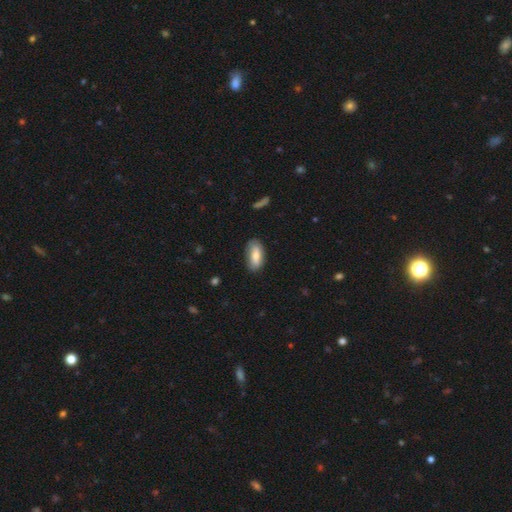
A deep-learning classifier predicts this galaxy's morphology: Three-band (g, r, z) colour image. It shows a smooth galaxy with no disk features (75%) that is in between round and cigar-shaped (88%). Merging: none (75%).